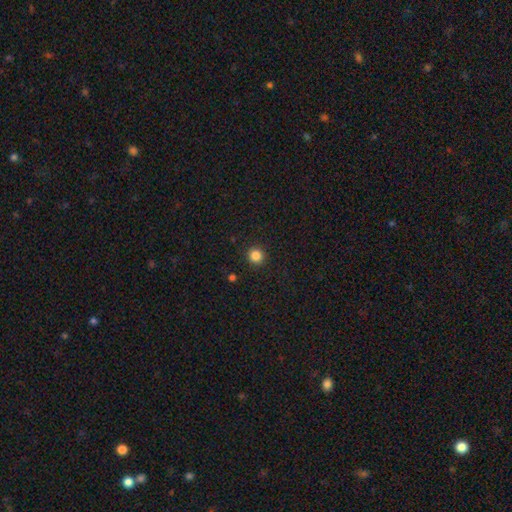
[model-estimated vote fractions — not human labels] A smooth galaxy with no disk features (85%) that is round (94%). Merging: none (92%).